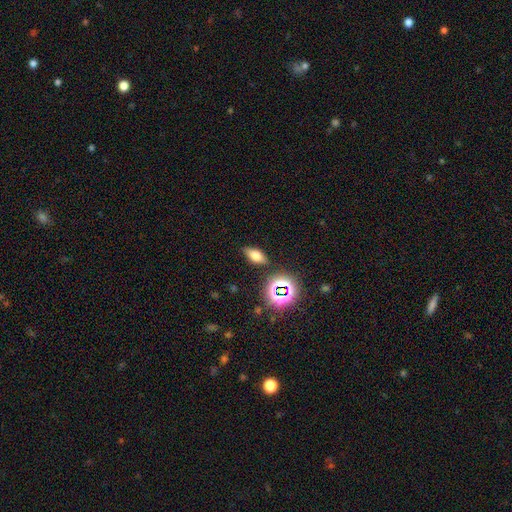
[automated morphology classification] smooth_or_featured: smooth (p=0.64) [alt: star or artifact p=0.18]
how_rounded: in between (p=0.78) [alt: cigar-shaped p=0.14]
merging: none (p=0.83) [alt: minor disturbance p=0.11]